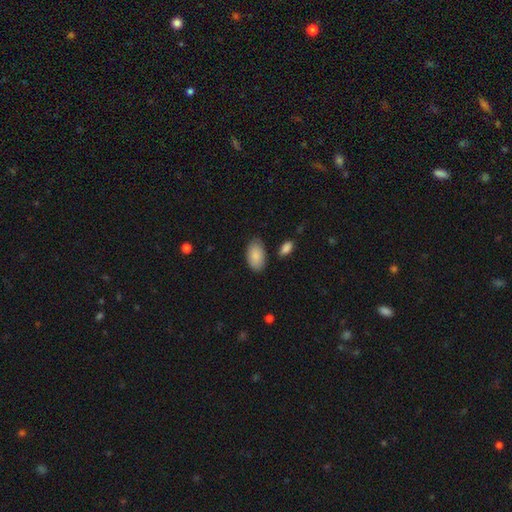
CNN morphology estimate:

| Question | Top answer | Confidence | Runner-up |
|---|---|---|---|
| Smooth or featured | smooth | 88% | featured or disk (6%) |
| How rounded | in between | 95% | round (3%) |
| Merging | none | 80% | minor disturbance (14%) |